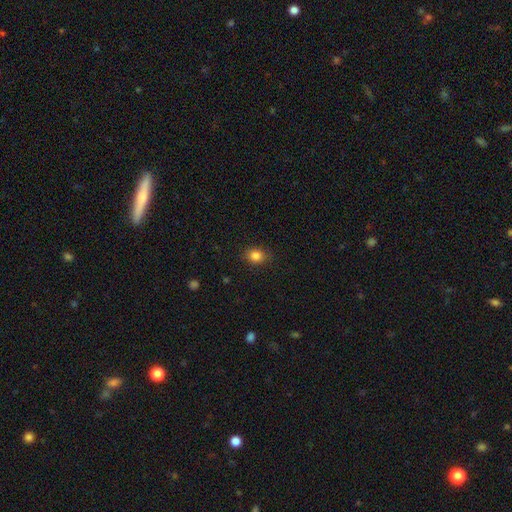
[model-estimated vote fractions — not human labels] Smooth or featured: smooth — 84% (star or artifact — 11%)
How rounded: round — 50% (in between — 49%)
Merging: none — 86% (minor disturbance — 10%)